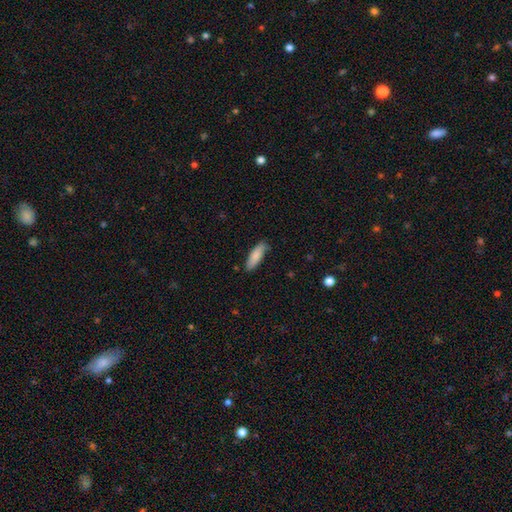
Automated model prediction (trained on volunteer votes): This is clearly a smooth galaxy (84%). How rounded: possibly in between (53%). Merging: likely none (75%).